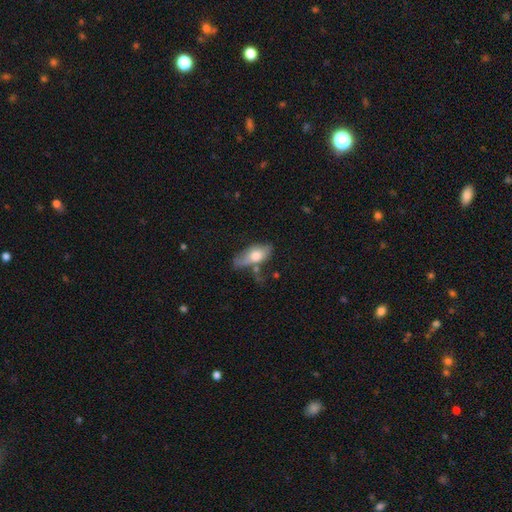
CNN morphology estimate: Smooth or featured?
  - smooth: 66% *
  - featured or disk: 28%
  - star or artifact: 7%
How rounded?
  - in between: 82% *
  - cigar-shaped: 13%
  - round: 4%
Merging?
  - none: 43% *
  - minor disturbance: 29%
  - major disturbance: 14%
  - merger: 13%